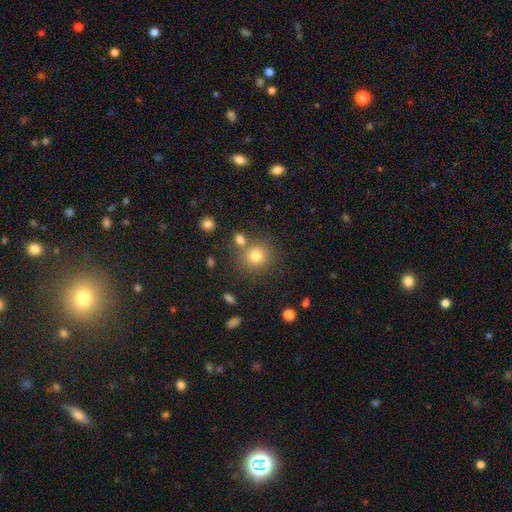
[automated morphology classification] type=smooth (78%); roundness=round (87%); merging=none (73%).